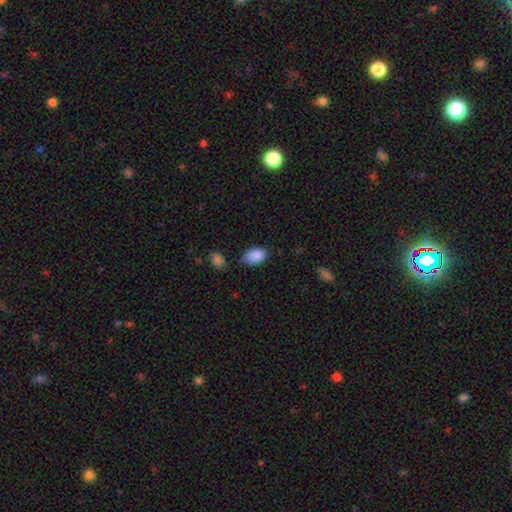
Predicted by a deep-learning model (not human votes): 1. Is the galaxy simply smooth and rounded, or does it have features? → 89% smooth, 7% star or artifact, 4% featured or disk.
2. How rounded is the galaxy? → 90% in between, 9% round, 1% cigar-shaped.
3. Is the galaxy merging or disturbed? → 65% none, 26% minor disturbance, 5% major disturbance, 4% merger.